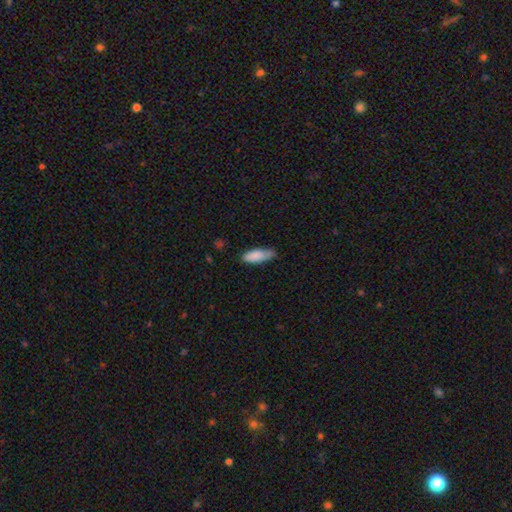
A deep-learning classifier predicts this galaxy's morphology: Q: Smooth or featured?
A: smooth (83%); runner-up: featured or disk (11%)
Q: How rounded?
A: in between (70%); runner-up: cigar-shaped (29%)
Q: Merging?
A: none (60%); runner-up: minor disturbance (32%)